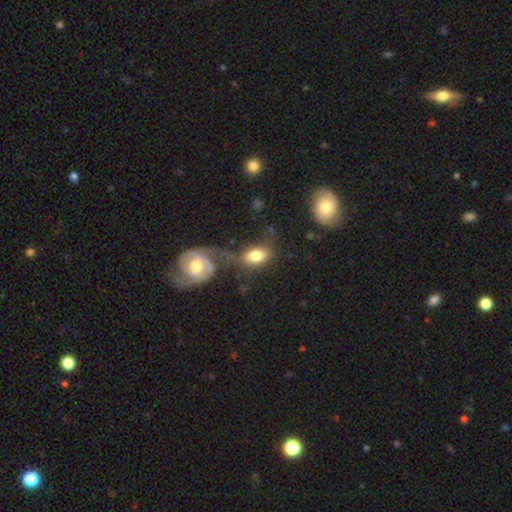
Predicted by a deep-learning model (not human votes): Smooth or featured? smooth (76%)
How rounded? in between (88%)
Merging? merger (36%)